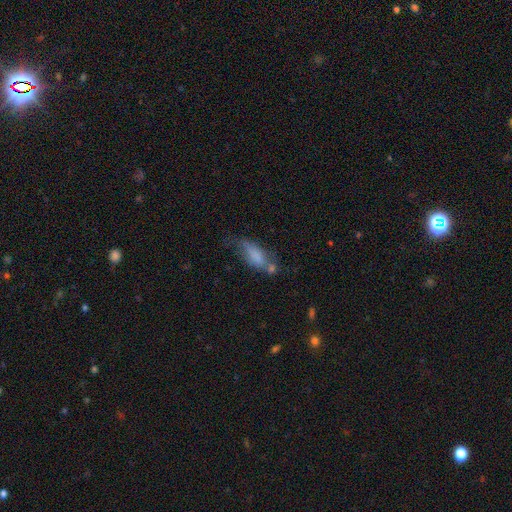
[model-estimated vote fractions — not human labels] Overall: smooth (68%). How rounded: in between (72%). Merging: none (32%; minor disturbance 28%).